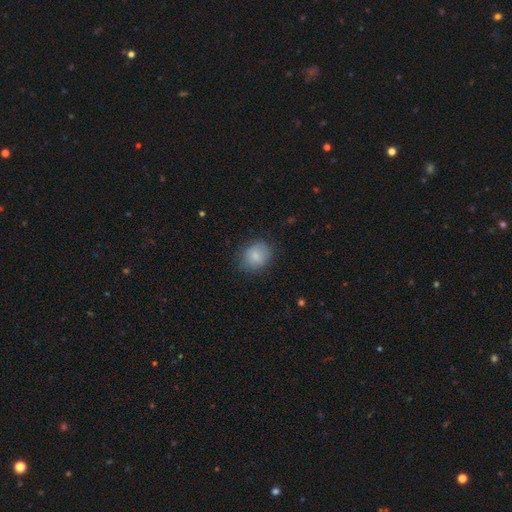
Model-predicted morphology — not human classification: A smooth galaxy with no disk features (82%) that is round (63%). Merging: none (75%).